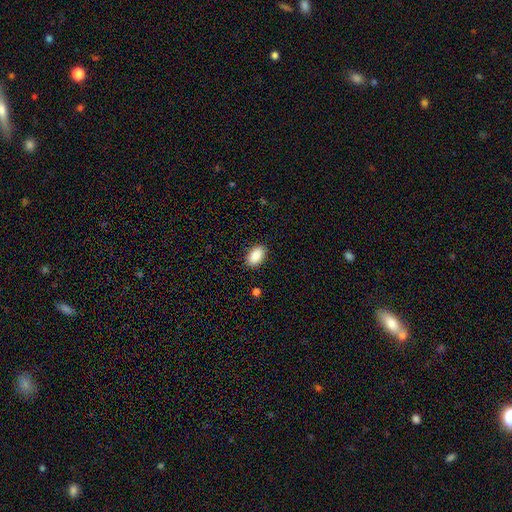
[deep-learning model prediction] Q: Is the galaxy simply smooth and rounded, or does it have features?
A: smooth — 88%.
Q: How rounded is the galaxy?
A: in between — 91%.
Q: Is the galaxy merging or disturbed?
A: none — 89%.